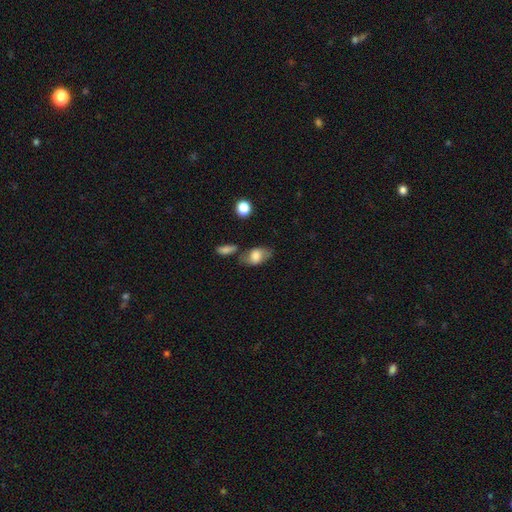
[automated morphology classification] smooth 65%, featured or disk 27%, star or artifact 8%. Down the decision tree: how rounded — in between (86%); merging — none (60%).